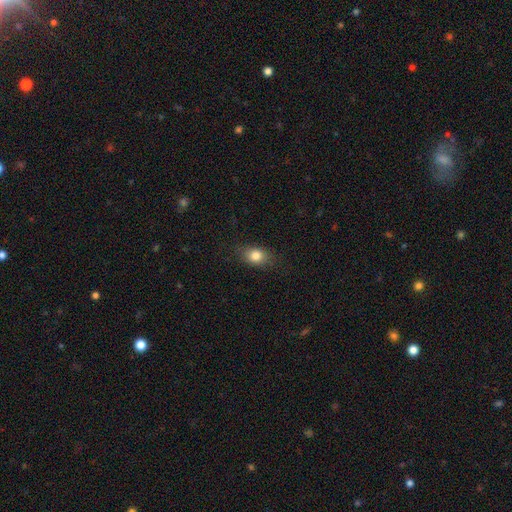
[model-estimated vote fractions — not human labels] A smooth galaxy with no disk features (82%) that is in between round and cigar-shaped (69%). Merging: none (81%).